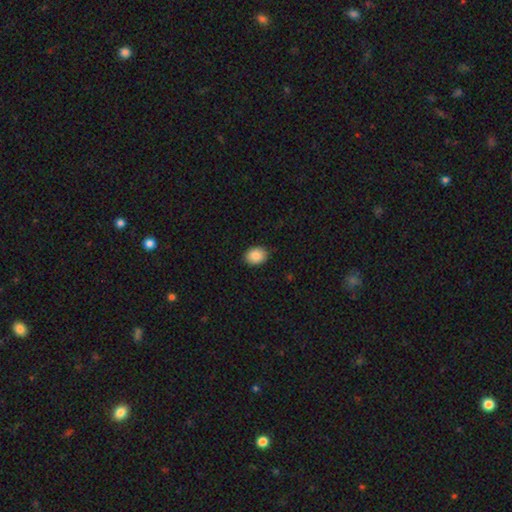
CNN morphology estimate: Q: Smooth or featured?
A: smooth (87%); runner-up: star or artifact (8%)
Q: How rounded?
A: in between (59%); runner-up: round (40%)
Q: Merging?
A: none (88%); runner-up: minor disturbance (9%)